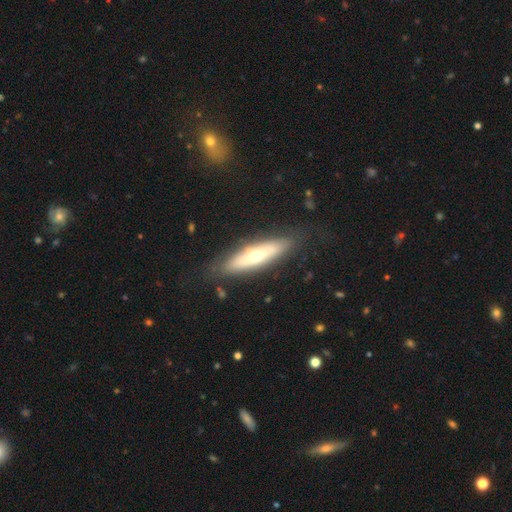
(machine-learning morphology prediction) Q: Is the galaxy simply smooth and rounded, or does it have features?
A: featured or disk — 49%.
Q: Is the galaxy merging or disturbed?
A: none — 80%.